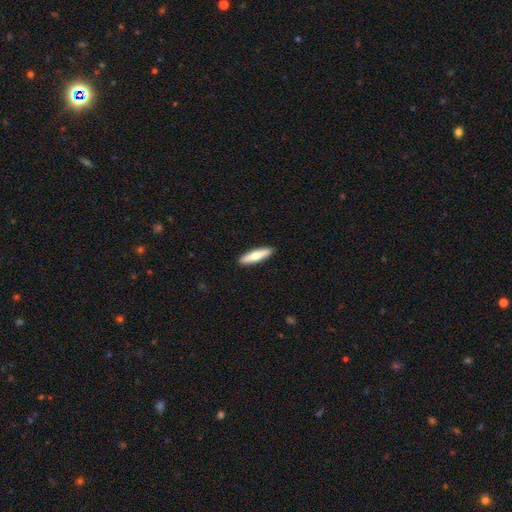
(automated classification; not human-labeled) smooth-or-featured: smooth: 64% | featured or disk: 31% | star or artifact: 5%
  how-rounded: cigar-shaped: 79% | in between: 19% | round: 2%
  merging: none: 91% | minor disturbance: 6% | major disturbance: 1% | merger: 1%